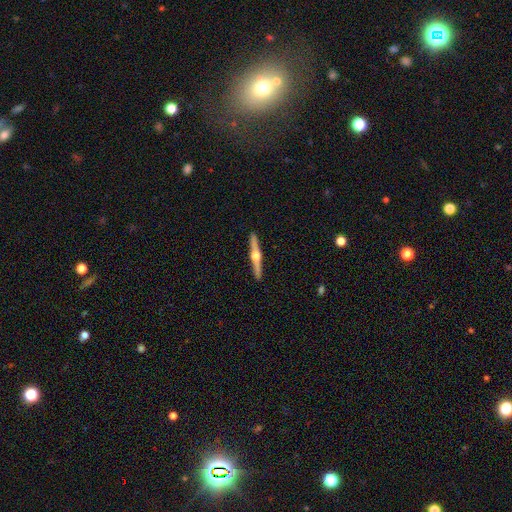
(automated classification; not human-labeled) smooth_or_featured: featured or disk (p=0.79) [alt: smooth p=0.16]
disk_edge_on: yes (p=0.98) [alt: no p=0.02]
edge_on_bulge: rounded (p=0.95) [alt: boxy p=0.03]
merging: none (p=0.92) [alt: minor disturbance p=0.05]